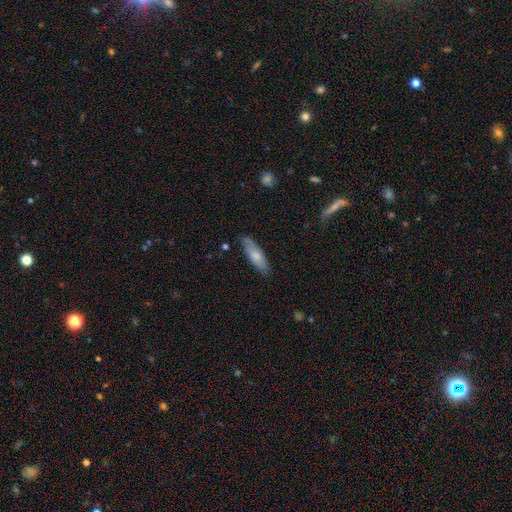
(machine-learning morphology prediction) Smooth or featured? smooth (73%)
How rounded? in between (52%)
Merging? none (80%)